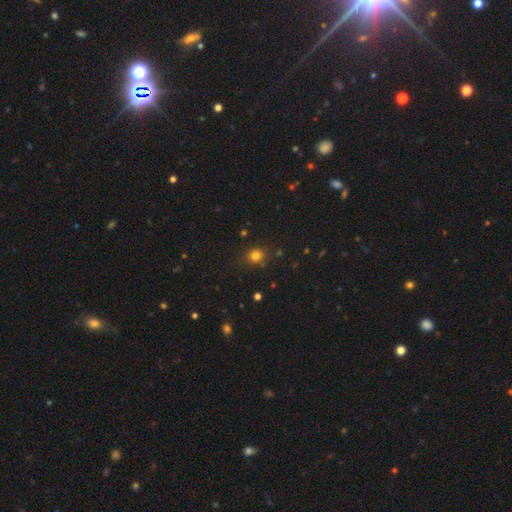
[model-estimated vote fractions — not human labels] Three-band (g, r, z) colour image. It shows a smooth galaxy with no disk features (79%) that is round (79%). Merging: none (84%).